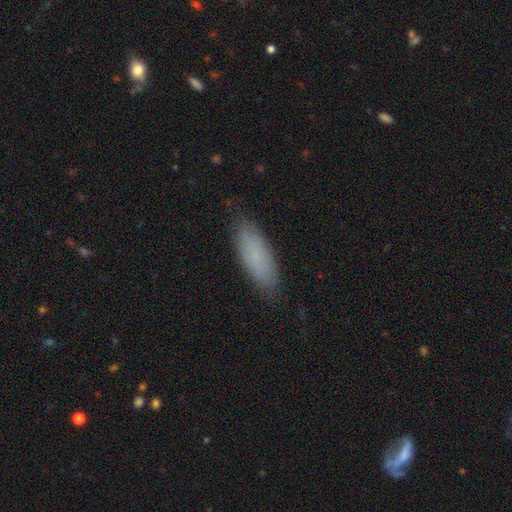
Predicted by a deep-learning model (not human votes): Overall: smooth (79%). How rounded: in between (61%; cigar-shaped 37%). Merging: none (82%).